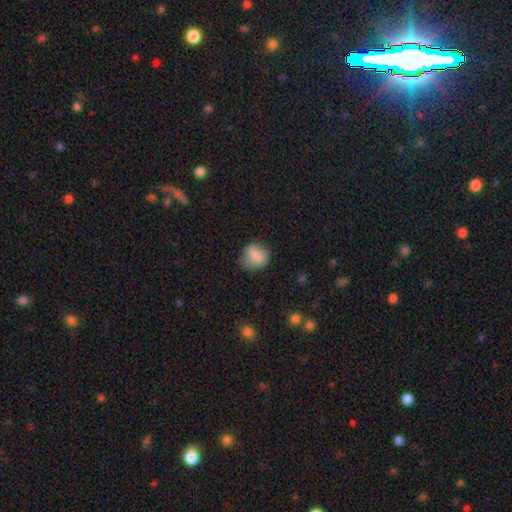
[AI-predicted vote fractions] Smooth or featured?
  - smooth: 81% *
  - featured or disk: 11%
  - star or artifact: 8%
How rounded?
  - round: 66% *
  - in between: 33%
  - cigar-shaped: 1%
Merging?
  - none: 65% *
  - minor disturbance: 26%
  - major disturbance: 8%
  - merger: 2%